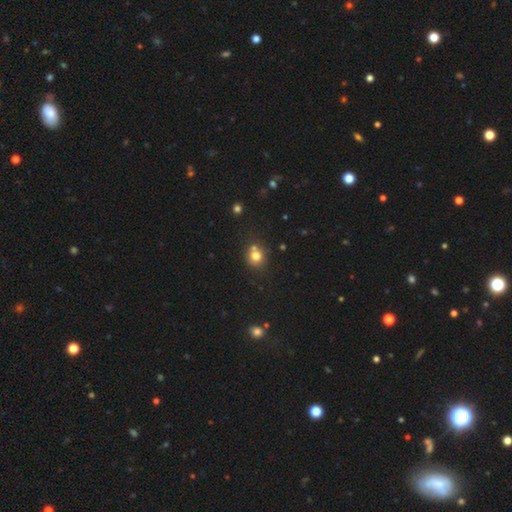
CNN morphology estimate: smooth_or_featured: smooth (p=0.76) [alt: star or artifact p=0.14]
how_rounded: round (p=0.83) [alt: in between p=0.16]
merging: none (p=0.61) [alt: merger p=0.25]